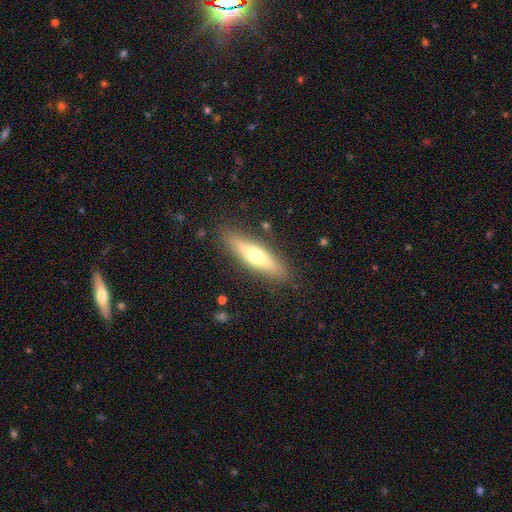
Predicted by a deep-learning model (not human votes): smooth-or-featured: smooth: 51% | featured or disk: 42% | star or artifact: 6%
  how-rounded: cigar-shaped: 72% | in between: 26% | round: 2%
  merging: none: 86% | minor disturbance: 10% | major disturbance: 3% | merger: 1%